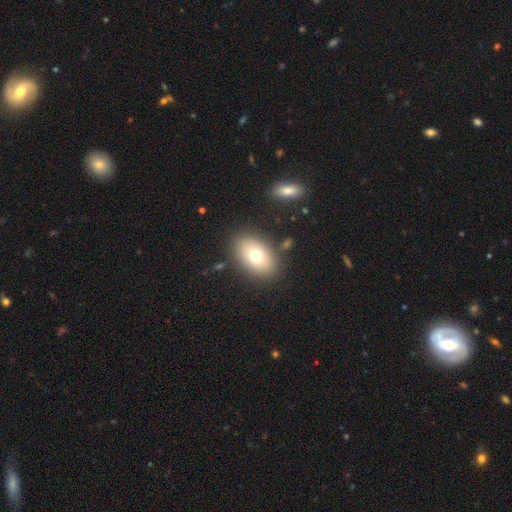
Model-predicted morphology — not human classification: Smooth or featured? smooth (71%)
How rounded? in between (85%)
Merging? none (83%)